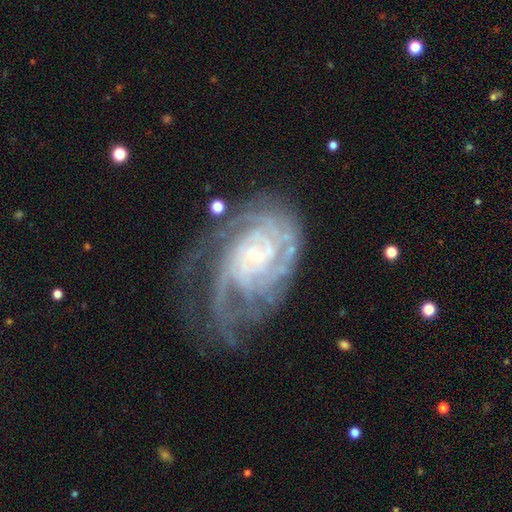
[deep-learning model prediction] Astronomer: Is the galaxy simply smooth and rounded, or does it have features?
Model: featured or disk — 90%.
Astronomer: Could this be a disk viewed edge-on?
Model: no — 97%.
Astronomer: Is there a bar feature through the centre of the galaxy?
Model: no — 65%.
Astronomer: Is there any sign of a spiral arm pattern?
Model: yes — 98%.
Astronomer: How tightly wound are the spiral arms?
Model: tight — 73%.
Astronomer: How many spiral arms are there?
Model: can't tell — 27% (runner-up: 4, 23%).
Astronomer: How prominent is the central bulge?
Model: small — 80%.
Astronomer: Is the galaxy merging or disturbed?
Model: none — 56%.